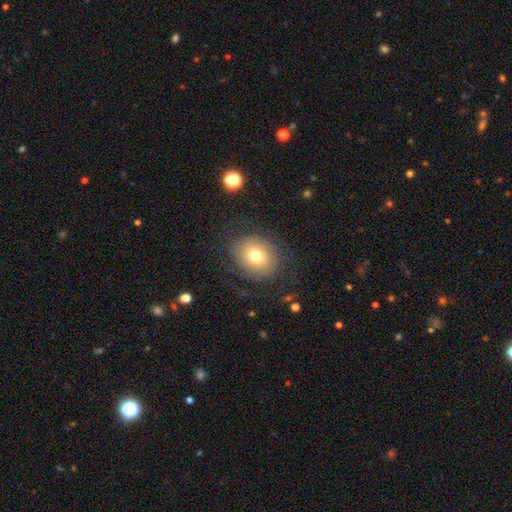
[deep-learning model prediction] smooth-or-featured: smooth: 59% | featured or disk: 30% | star or artifact: 10%
  how-rounded: round: 59% | in between: 40% | cigar-shaped: 1%
  merging: none: 70% | minor disturbance: 16% | major disturbance: 13% | merger: 1%